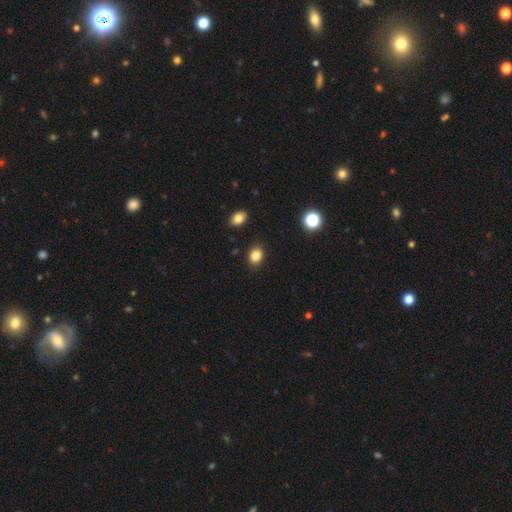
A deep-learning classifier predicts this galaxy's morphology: A smooth galaxy with no disk features (84%) that is in between round and cigar-shaped (56%).

Vote fractions:
- Smooth or featured? smooth: 84% / star or artifact: 11% / featured or disk: 5%
- How rounded? in between: 56% / round: 43% / cigar-shaped: 1%
- Merging? none: 86% / minor disturbance: 10% / major disturbance: 3% / merger: 2%